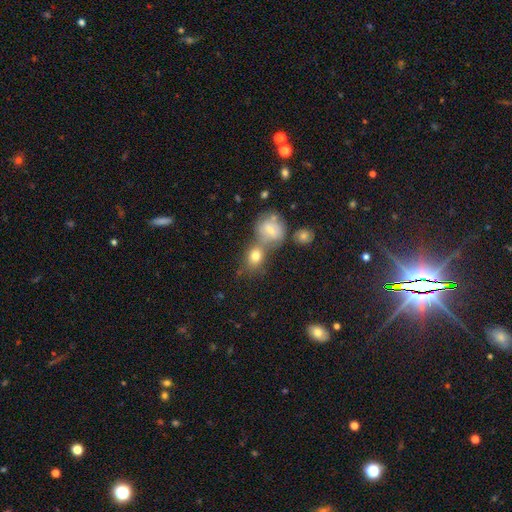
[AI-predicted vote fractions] Smooth or featured?
  - smooth: 71% *
  - featured or disk: 17%
  - star or artifact: 12%
How rounded?
  - round: 60% *
  - in between: 38%
  - cigar-shaped: 2%
Merging?
  - none: 43% *
  - merger: 41%
  - minor disturbance: 11%
  - major disturbance: 5%